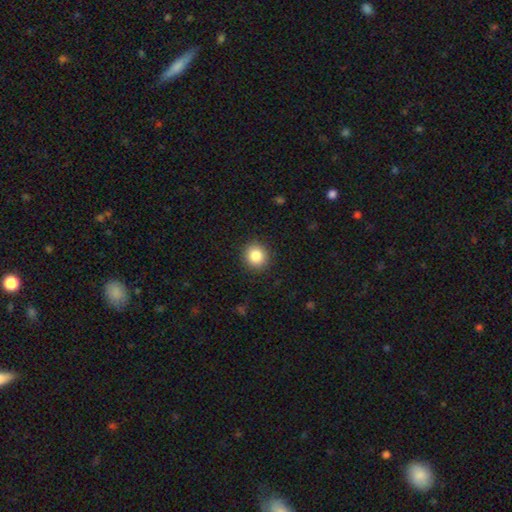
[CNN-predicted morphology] A smooth galaxy with no disk features (85%) that is round (88%).

Vote fractions:
- Smooth or featured? smooth: 85% / star or artifact: 9% / featured or disk: 5%
- How rounded? round: 88% / in between: 11% / cigar-shaped: 1%
- Merging? none: 90% / minor disturbance: 6% / major disturbance: 2% / merger: 1%